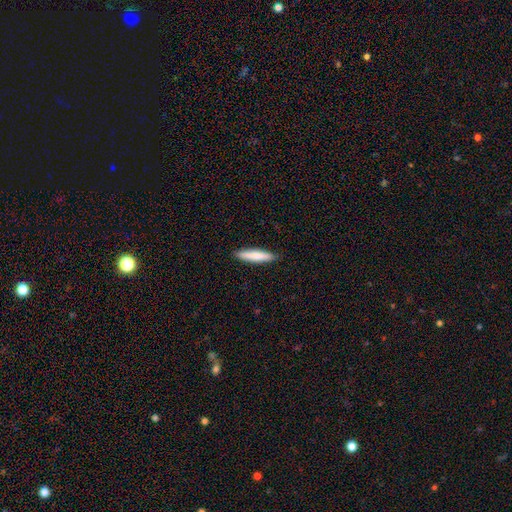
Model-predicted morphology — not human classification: Q: Smooth or featured?
A: smooth (76%); runner-up: featured or disk (19%)
Q: How rounded?
A: cigar-shaped (86%); runner-up: in between (13%)
Q: Merging?
A: none (90%); runner-up: minor disturbance (8%)